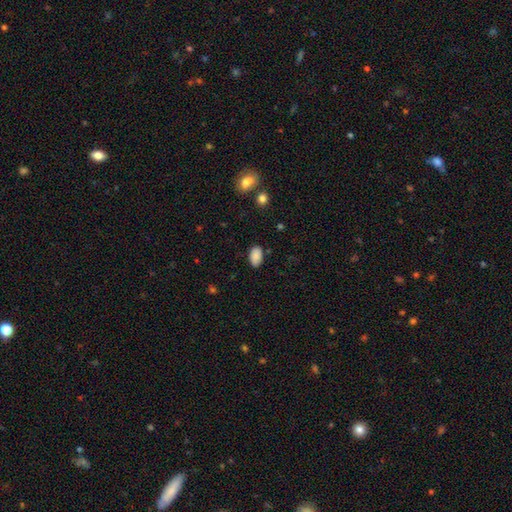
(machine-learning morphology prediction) smooth_or_featured: smooth (p=0.89) [alt: star or artifact p=0.08]
how_rounded: in between (p=0.93) [alt: round p=0.05]
merging: none (p=0.83) [alt: minor disturbance p=0.12]